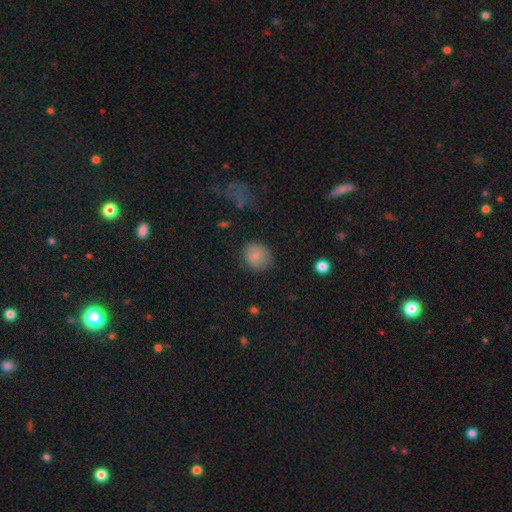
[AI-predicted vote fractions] A smooth galaxy with no disk features (83%) that is round (75%). Merging: none (80%).